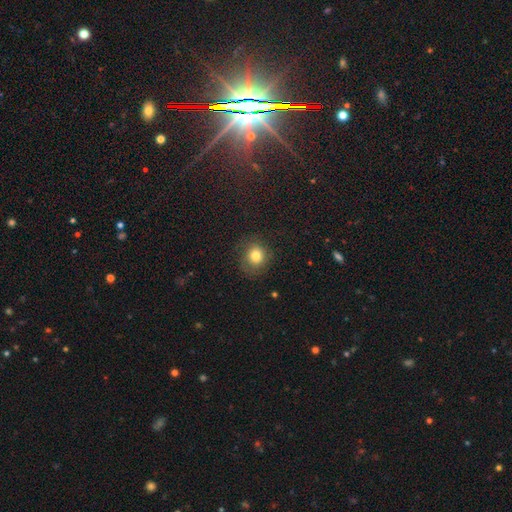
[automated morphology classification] Overall: smooth (75%). How rounded: round (82%). Merging: none (76%).